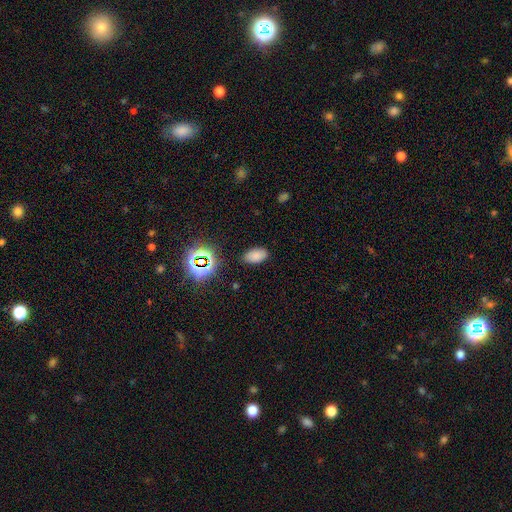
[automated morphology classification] Q: Smooth or featured?
A: smooth (76%); runner-up: star or artifact (18%)
Q: How rounded?
A: in between (93%); runner-up: round (5%)
Q: Merging?
A: none (85%); runner-up: minor disturbance (11%)